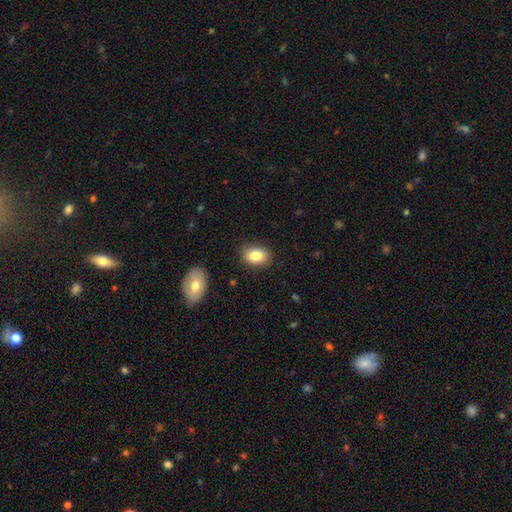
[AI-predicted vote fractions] A smooth galaxy with no disk features (83%) that is in between round and cigar-shaped (79%). Merging: none (86%).